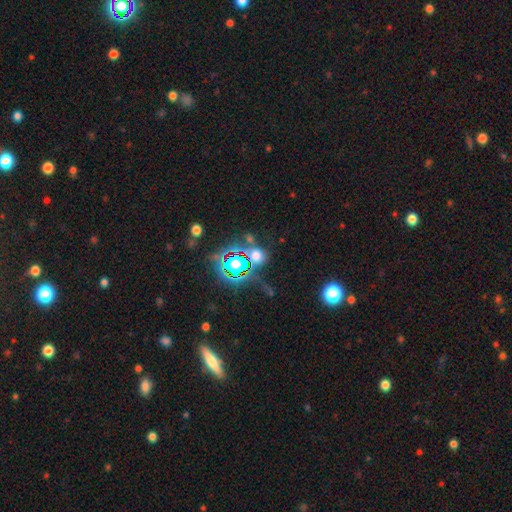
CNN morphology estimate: smooth-or-featured: star or artifact: 45% | smooth: 43% | featured or disk: 12%